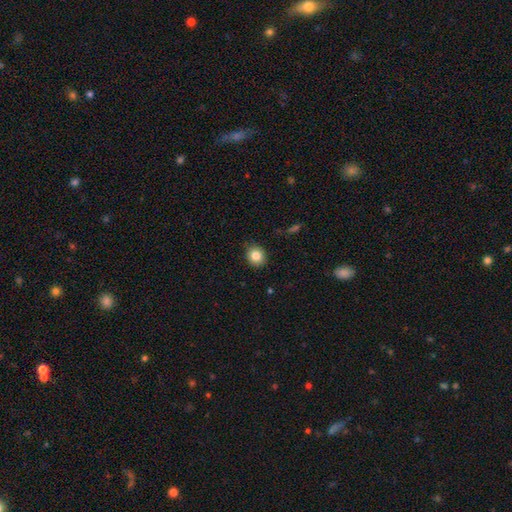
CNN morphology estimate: Smooth or featured? Predicted: smooth (p=0.83). How rounded? Predicted: round (p=0.79). Merging? Predicted: none (p=0.85).